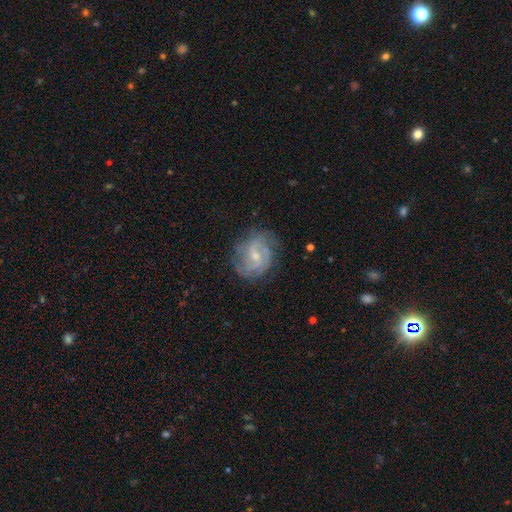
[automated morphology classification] Smooth or featured?
  - featured or disk: 82% *
  - smooth: 12%
  - star or artifact: 6%
Edge-on disk?
  - no: 98% *
  - yes: 2%
Bar?
  - weak: 48% *
  - no: 42%
  - strong: 10%
Spiral arms?
  - yes: 94% *
  - no: 6%
Spiral winding?
  - medium: 45% *
  - tight: 39%
  - loose: 17%
Spiral arm count?
  - 2: 49% *
  - can't tell: 22%
  - 3: 16%
  - 4: 5%
  - 1: 4%
  - more than 4: 4%
Bulge size?
  - small: 61% *
  - moderate: 34%
  - none: 3%
  - large: 1%
  - dominant: 1%
Merging?
  - none: 72% *
  - minor disturbance: 19%
  - major disturbance: 8%
  - merger: 1%